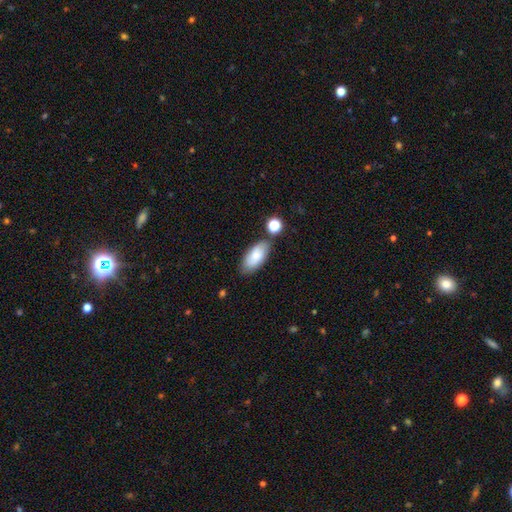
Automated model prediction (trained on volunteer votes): Morphology: type=smooth (79%); roundness=in between (88%); merging=none (73%).